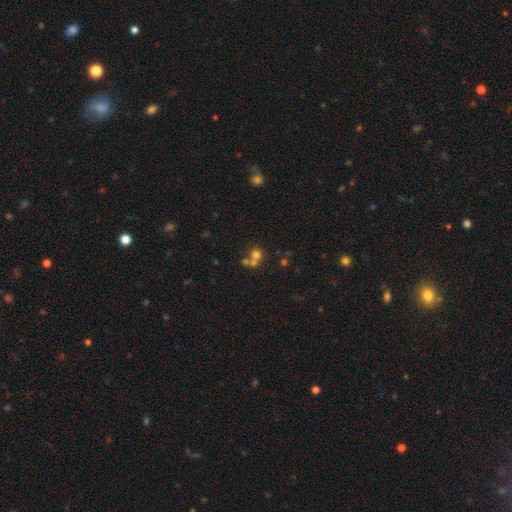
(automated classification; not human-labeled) This is likely a smooth galaxy (64%). How rounded: clearly round (84%). Merging: possibly merger (48%).